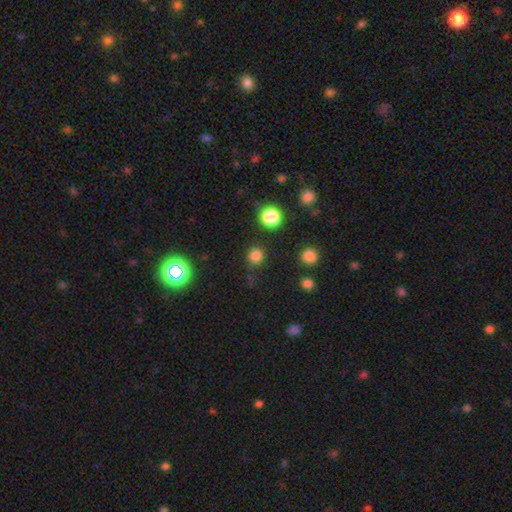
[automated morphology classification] Smooth or featured? smooth (78%)
How rounded? round (93%)
Merging? none (87%)